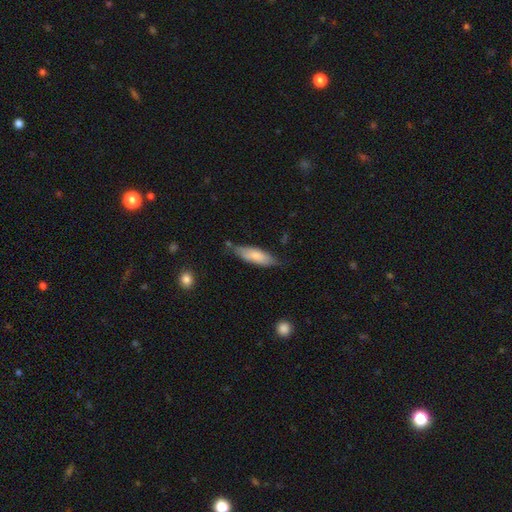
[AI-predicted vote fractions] Smooth or featured? Predicted: smooth (p=0.75). How rounded? Predicted: in between (p=0.54). Merging? Predicted: none (p=0.65).